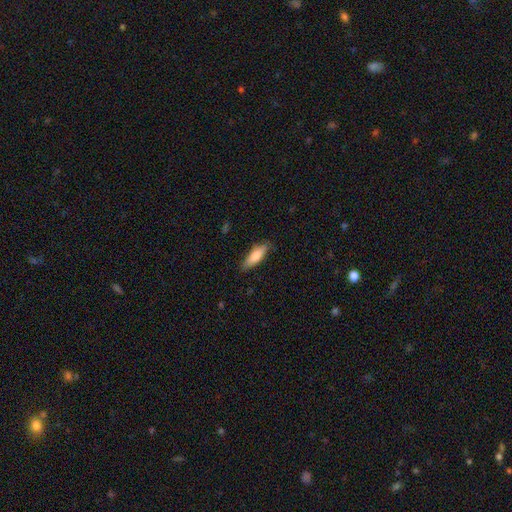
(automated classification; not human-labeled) smooth-or-featured: smooth: 74% | featured or disk: 20% | star or artifact: 6%
  how-rounded: cigar-shaped: 50% | in between: 48% | round: 2%
  merging: none: 82% | minor disturbance: 14% | major disturbance: 3% | merger: 1%